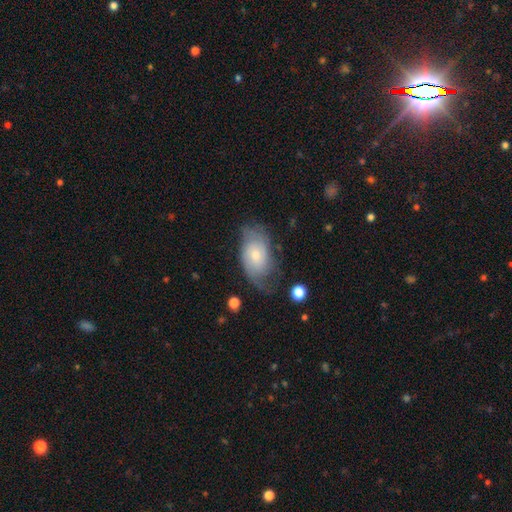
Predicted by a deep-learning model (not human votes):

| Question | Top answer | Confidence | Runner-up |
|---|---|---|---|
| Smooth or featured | featured or disk | 59% | smooth (35%) |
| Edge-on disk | no | 94% | yes (6%) |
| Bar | no | 72% | weak (25%) |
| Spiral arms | yes | 85% | no (15%) |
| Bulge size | small | 52% | moderate (41%) |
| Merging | none | 54% | minor disturbance (27%) |